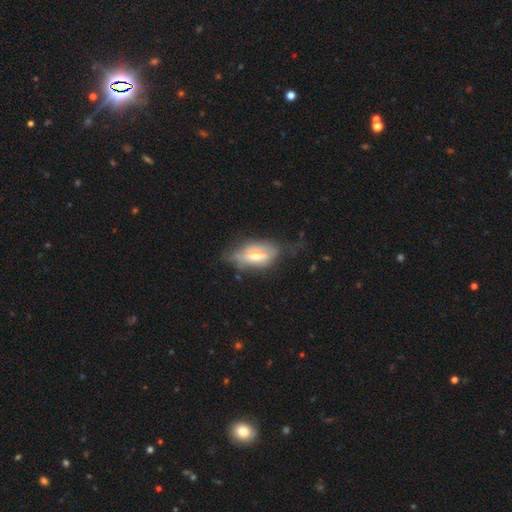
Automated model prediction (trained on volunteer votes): This appears to be a featured or disk galaxy (48%). Merging: none (51%).